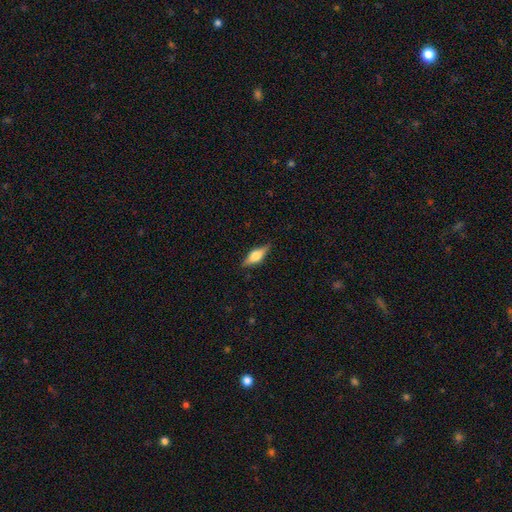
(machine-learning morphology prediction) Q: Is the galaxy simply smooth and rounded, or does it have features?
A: featured or disk — 51%.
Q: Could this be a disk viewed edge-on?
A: yes — 94%.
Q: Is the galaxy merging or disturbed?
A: none — 85%.